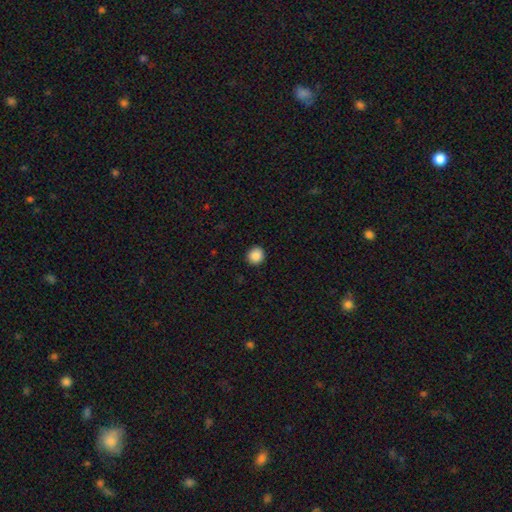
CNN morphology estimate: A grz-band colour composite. It shows a smooth galaxy with no disk features (88%) that is round (91%). Merging: none (92%).